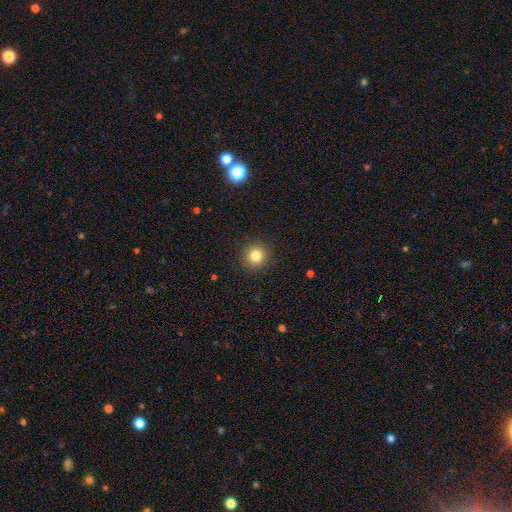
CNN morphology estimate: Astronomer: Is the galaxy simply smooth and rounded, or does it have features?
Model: smooth — 82%.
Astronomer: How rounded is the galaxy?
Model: round — 93%.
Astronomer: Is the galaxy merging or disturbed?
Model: none — 90%.